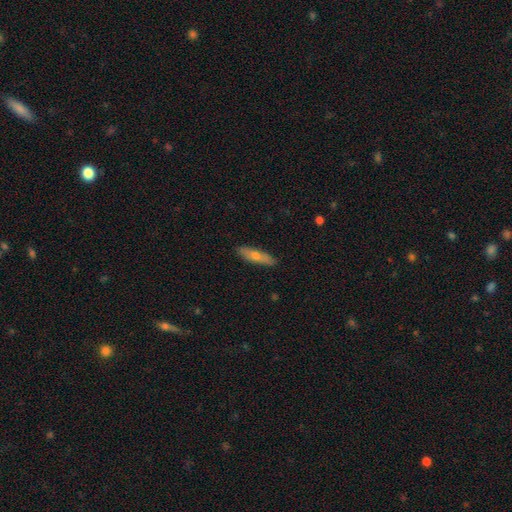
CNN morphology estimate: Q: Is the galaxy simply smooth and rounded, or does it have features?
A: smooth — 56%.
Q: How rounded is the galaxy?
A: cigar-shaped — 75%.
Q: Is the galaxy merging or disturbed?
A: none — 89%.